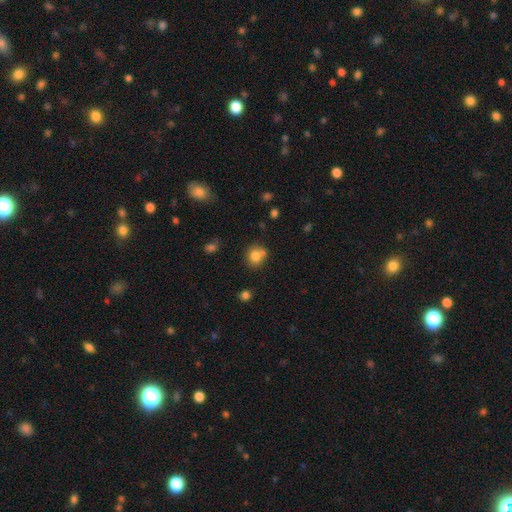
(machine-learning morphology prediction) The model was most divided on "merging": none: 61%, merger: 22%, minor disturbance: 14%, major disturbance: 4%. More confident: how rounded — round (81%); smooth or featured — smooth (79%).